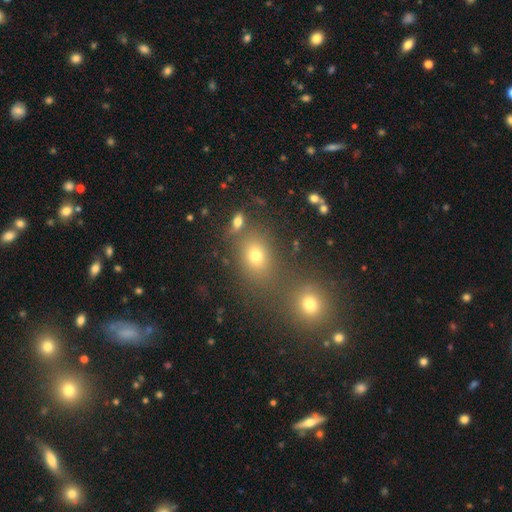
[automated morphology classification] Smooth or featured?
  - smooth: 65% *
  - star or artifact: 24%
  - featured or disk: 11%
How rounded?
  - in between: 50% *
  - round: 48%
  - cigar-shaped: 2%
Merging?
  - none: 63% *
  - merger: 22%
  - minor disturbance: 10%
  - major disturbance: 4%